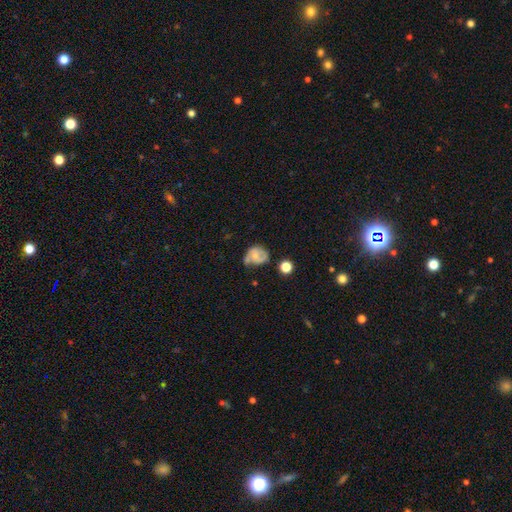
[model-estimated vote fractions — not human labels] Overall: featured or disk (49%; smooth 42%). Merging: none (40%; minor disturbance 30%).